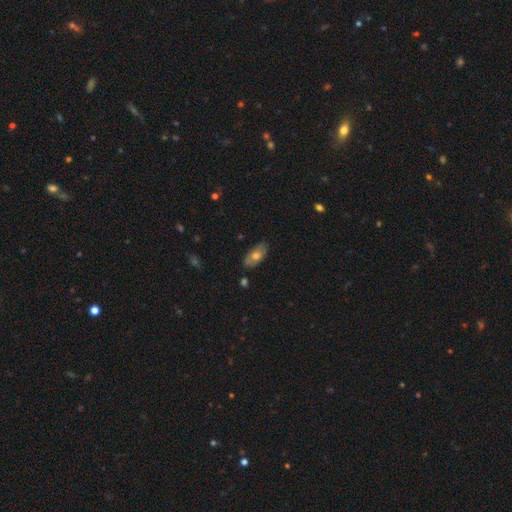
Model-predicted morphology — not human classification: Overall: smooth (64%; featured or disk 29%). How rounded: in between (90%). Merging: none (80%).